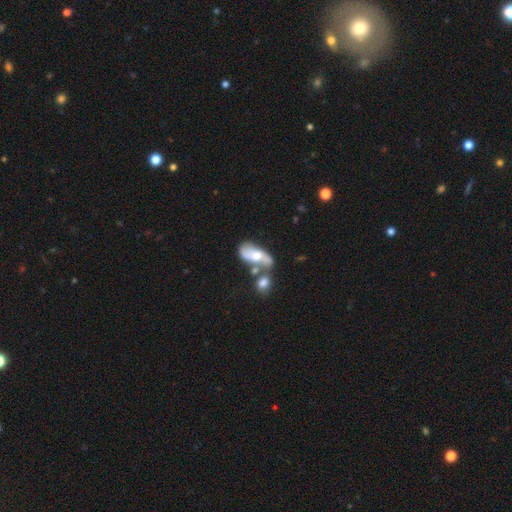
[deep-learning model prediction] Q: Smooth or featured?
A: featured or disk (54%); runner-up: smooth (39%)
Q: Edge-on disk?
A: no (88%); runner-up: yes (12%)
Q: Merging?
A: merger (38%); runner-up: none (35%)